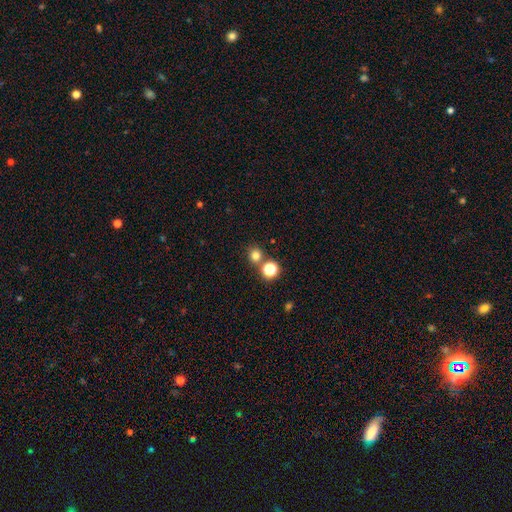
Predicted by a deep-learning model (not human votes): Q: Smooth or featured?
A: smooth (76%); runner-up: star or artifact (18%)
Q: How rounded?
A: round (89%); runner-up: in between (10%)
Q: Merging?
A: none (73%); runner-up: merger (18%)